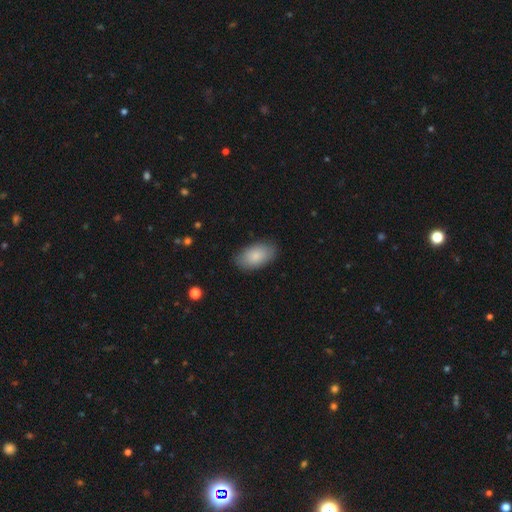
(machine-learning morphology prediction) Smooth or featured? smooth (85%)
How rounded? in between (95%)
Merging? none (85%)